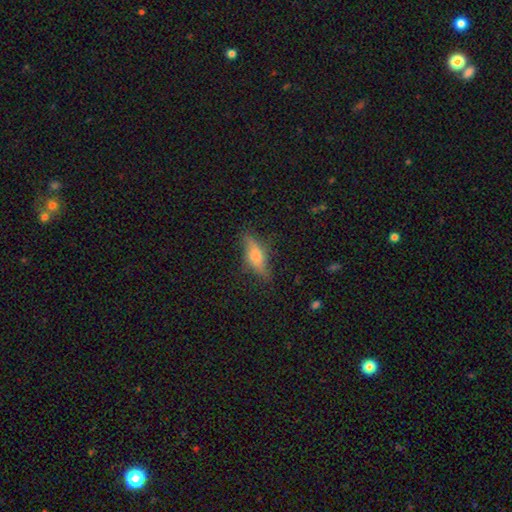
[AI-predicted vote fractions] Smooth or featured: smooth — 53% (featured or disk — 39%)
How rounded: in between — 56% (cigar-shaped — 40%)
Merging: none — 70% (minor disturbance — 22%)